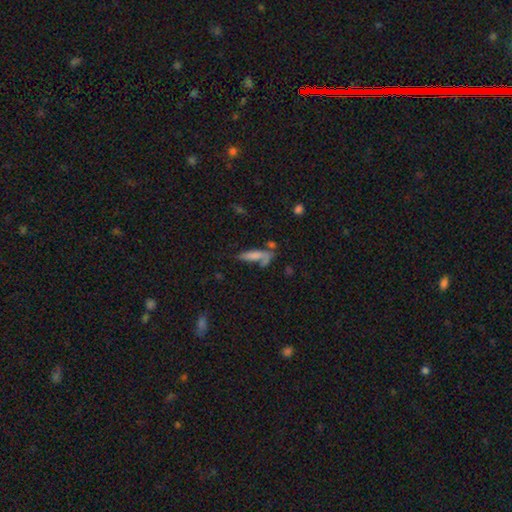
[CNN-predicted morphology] smooth 70%, featured or disk 20%, star or artifact 10%. Down the decision tree: how rounded — cigar-shaped (64%); merging — none (42%).